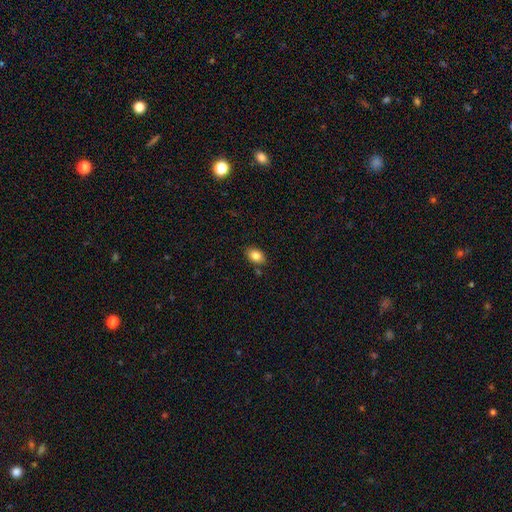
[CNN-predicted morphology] A smooth galaxy with no disk features (85%) that is in between round and cigar-shaped (81%). Merging: none (82%).